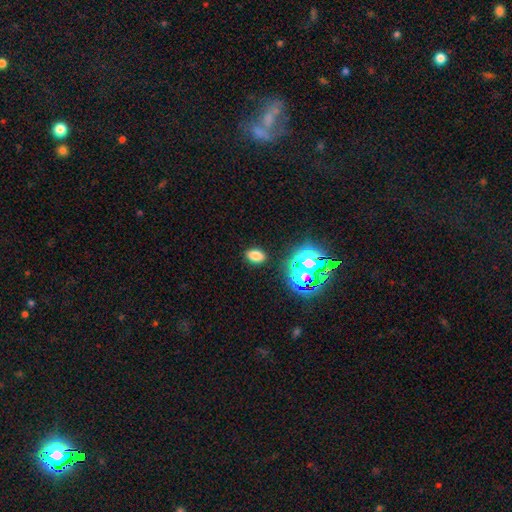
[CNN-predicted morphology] Smooth or featured?
  - smooth: 72% *
  - star or artifact: 21%
  - featured or disk: 8%
How rounded?
  - in between: 83% *
  - round: 15%
  - cigar-shaped: 2%
Merging?
  - none: 86% *
  - minor disturbance: 8%
  - major disturbance: 3%
  - merger: 2%